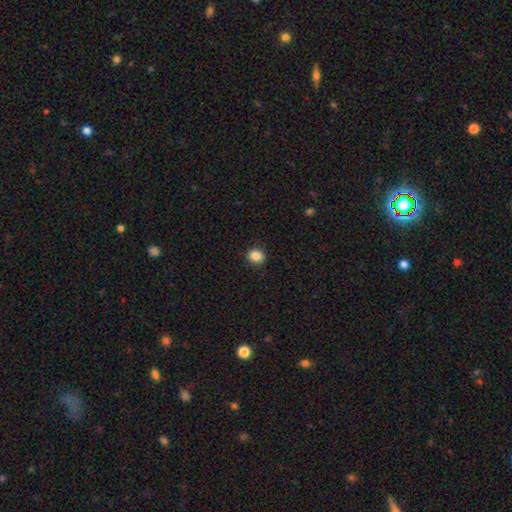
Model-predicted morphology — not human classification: Smooth or featured: smooth — 86% (star or artifact — 10%)
How rounded: round — 77% (in between — 23%)
Merging: none — 91% (minor disturbance — 7%)